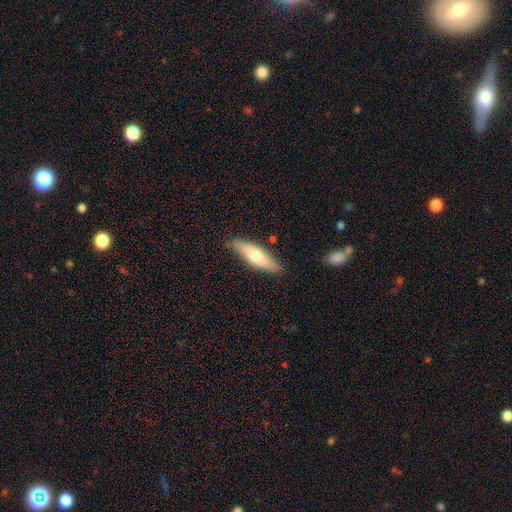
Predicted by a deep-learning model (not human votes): This is likely a smooth galaxy (64%). How rounded: possibly cigar-shaped (58%). Merging: clearly none (81%).